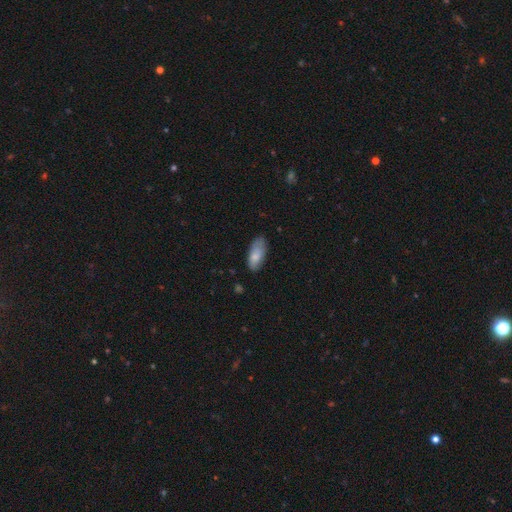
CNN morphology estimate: Smooth or featured?
  - smooth: 80% *
  - featured or disk: 14%
  - star or artifact: 6%
How rounded?
  - in between: 86% *
  - cigar-shaped: 12%
  - round: 2%
Merging?
  - none: 71% *
  - minor disturbance: 23%
  - major disturbance: 4%
  - merger: 1%